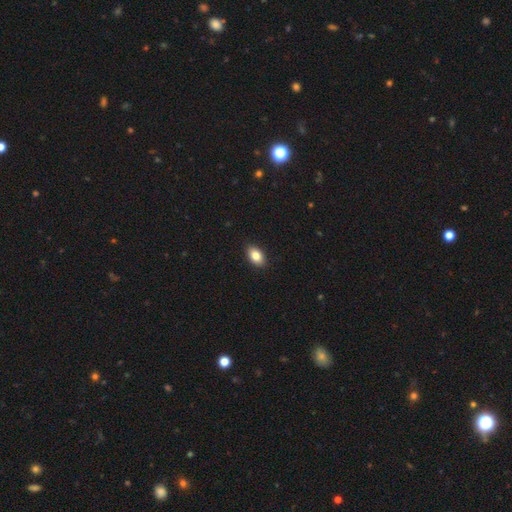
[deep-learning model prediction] This is clearly a smooth galaxy (84%). How rounded: clearly in between (90%). Merging: clearly none (90%).